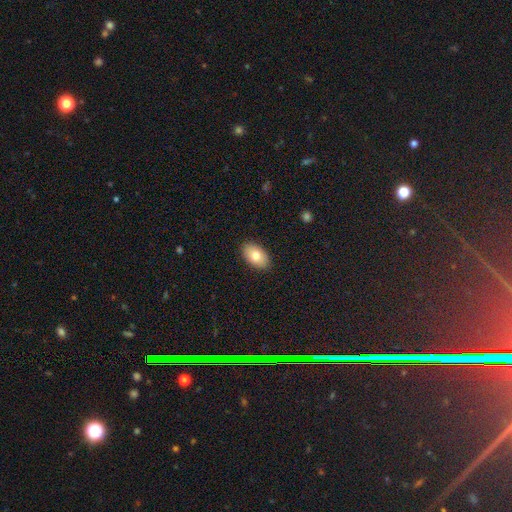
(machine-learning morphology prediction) smooth 79%, featured or disk 14%, star or artifact 7%. Down the decision tree: how rounded — in between (93%); merging — none (88%).